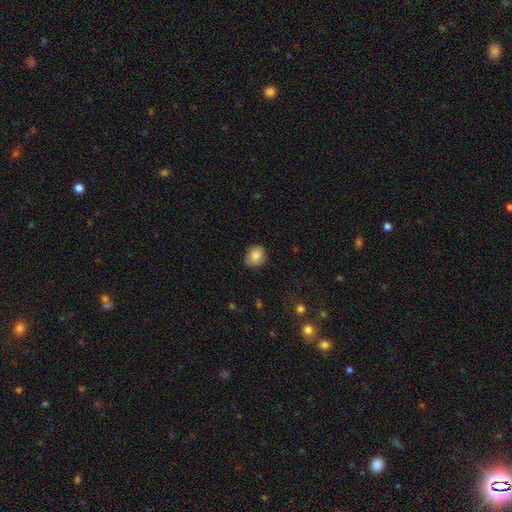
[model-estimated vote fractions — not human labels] A smooth galaxy with no disk features (83%) that is round (74%). Merging: none (77%).